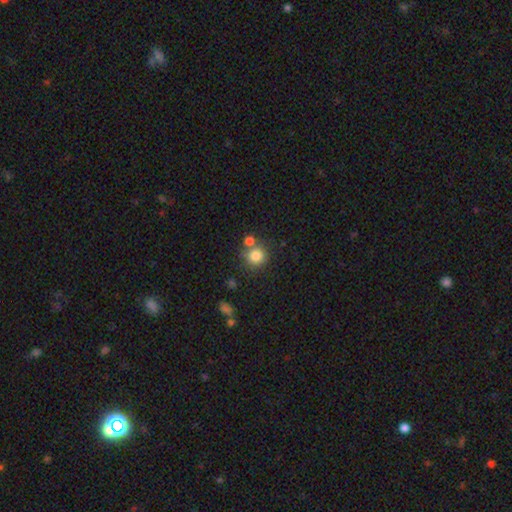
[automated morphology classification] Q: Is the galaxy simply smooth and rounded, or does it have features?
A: smooth — 82%.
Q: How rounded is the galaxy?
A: round — 90%.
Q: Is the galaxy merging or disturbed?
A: none — 65%.